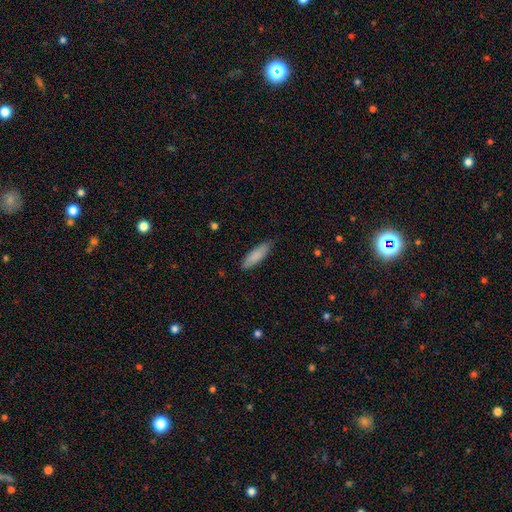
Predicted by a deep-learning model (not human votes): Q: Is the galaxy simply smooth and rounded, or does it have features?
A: smooth — 86%.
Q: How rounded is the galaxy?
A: cigar-shaped — 51%.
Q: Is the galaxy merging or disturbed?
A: none — 82%.